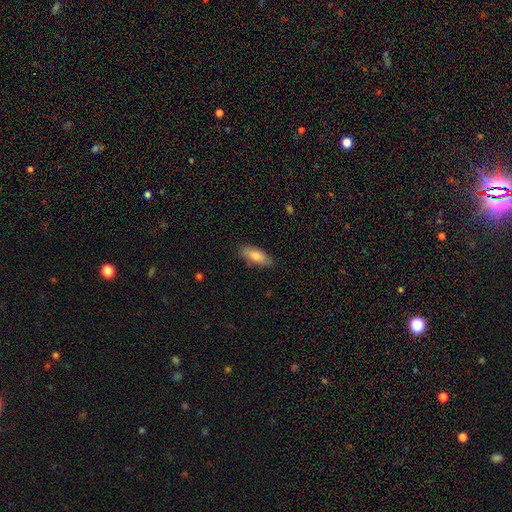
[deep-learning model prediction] Q: Smooth or featured?
A: smooth (79%); runner-up: featured or disk (14%)
Q: How rounded?
A: in between (69%); runner-up: cigar-shaped (29%)
Q: Merging?
A: none (85%); runner-up: minor disturbance (12%)